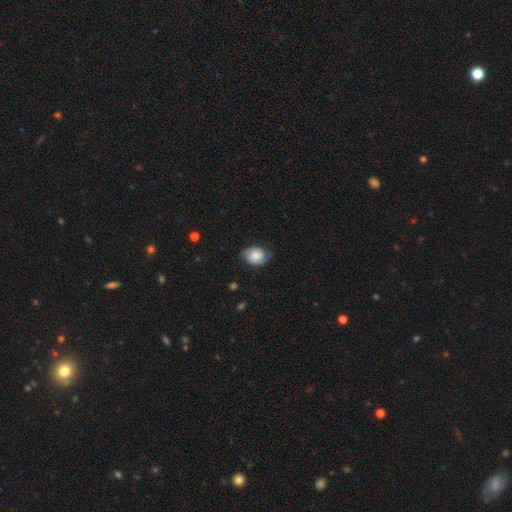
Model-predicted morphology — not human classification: Smooth or featured?
  - smooth: 68% *
  - featured or disk: 25%
  - star or artifact: 8%
How rounded?
  - in between: 63% *
  - round: 36%
  - cigar-shaped: 1%
Merging?
  - none: 65% *
  - minor disturbance: 27%
  - major disturbance: 7%
  - merger: 1%